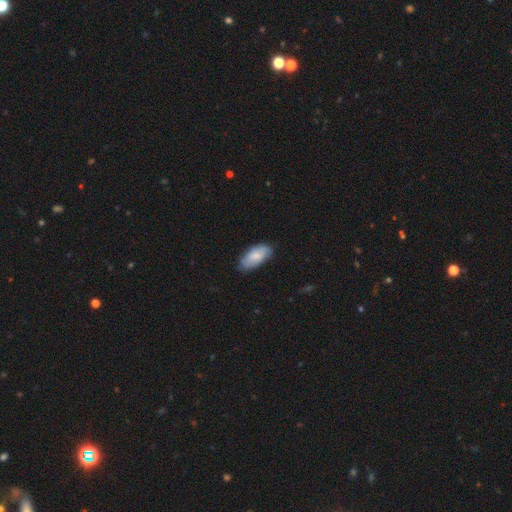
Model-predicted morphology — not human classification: This appears to be a smooth galaxy with no disk features (78%) that is in between round and cigar-shaped (92%). Merging: none (75%).